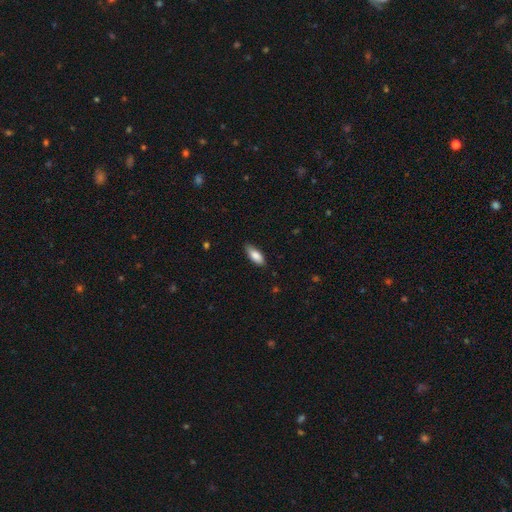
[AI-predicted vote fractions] smooth-or-featured: smooth: 84% | featured or disk: 10% | star or artifact: 6%
  how-rounded: in between: 75% | cigar-shaped: 23% | round: 2%
  merging: none: 80% | minor disturbance: 16% | major disturbance: 3% | merger: 1%